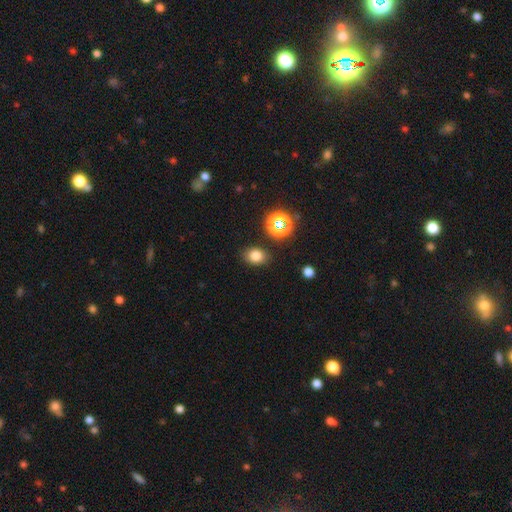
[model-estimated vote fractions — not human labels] smooth 77%, star or artifact 16%, featured or disk 7%. Down the decision tree: how rounded — in between (65%); merging — none (85%).